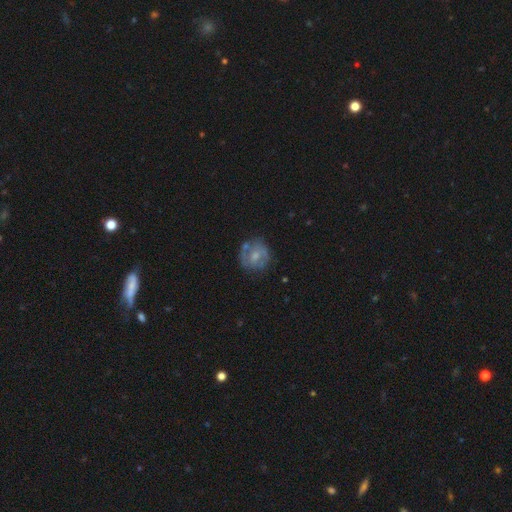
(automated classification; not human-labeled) Smooth or featured? featured or disk (55%)
Edge-on disk? no (97%)
Bar? no (63%)
Spiral arms? yes (54%)
Bulge size? moderate (54%)
Merging? none (67%)